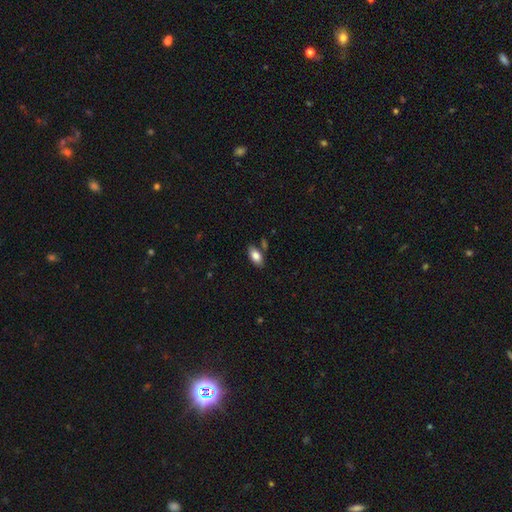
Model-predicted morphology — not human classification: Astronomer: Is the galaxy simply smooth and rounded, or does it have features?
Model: smooth — 82%.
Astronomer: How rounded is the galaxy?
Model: in between — 91%.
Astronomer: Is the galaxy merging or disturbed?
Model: none — 78%.